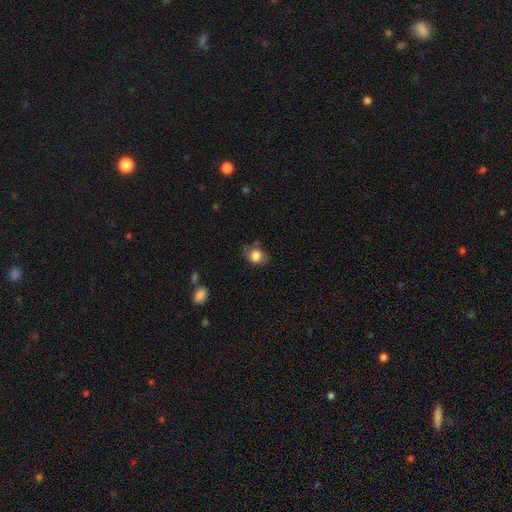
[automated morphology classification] smooth 81%, featured or disk 10%, star or artifact 9%. Down the decision tree: how rounded — round (69%); merging — none (53%).